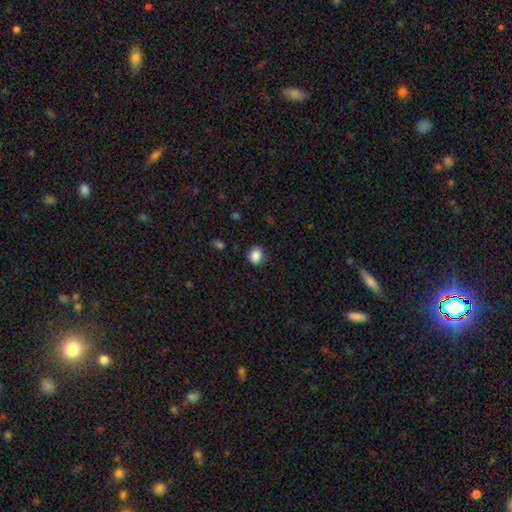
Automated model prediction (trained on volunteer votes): smooth 87%, star or artifact 9%, featured or disk 3%. Down the decision tree: how rounded — round (82%); merging — none (88%).